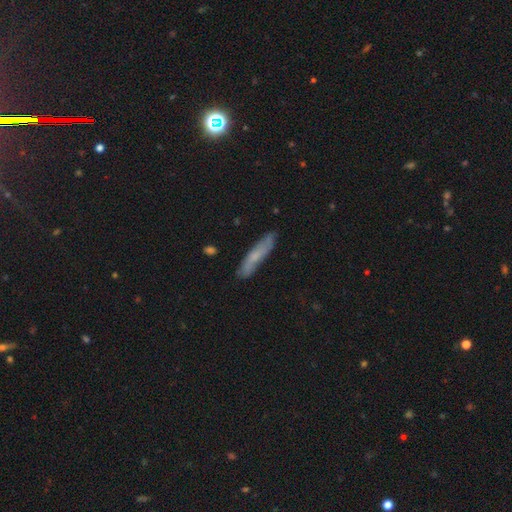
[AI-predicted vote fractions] Smooth or featured? Predicted: smooth (p=0.60). How rounded? Predicted: cigar-shaped (p=0.87). Merging? Predicted: none (p=0.83).